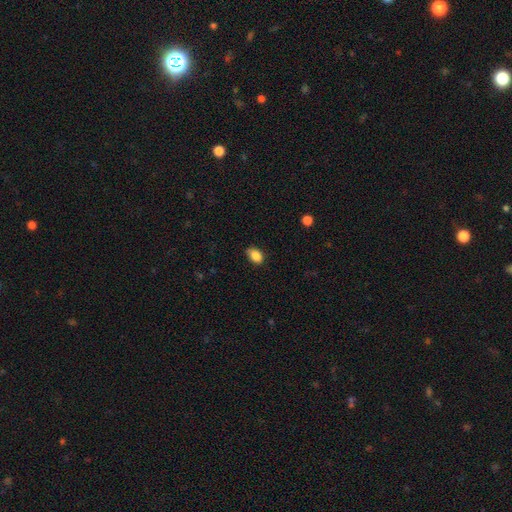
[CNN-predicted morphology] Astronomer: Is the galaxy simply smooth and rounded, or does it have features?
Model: smooth — 87%.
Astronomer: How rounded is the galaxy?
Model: in between — 85%.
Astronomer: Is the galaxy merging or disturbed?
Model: none — 77%.